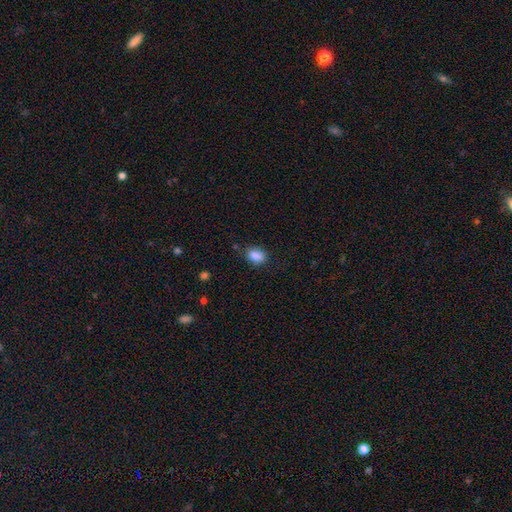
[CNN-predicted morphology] Overall: smooth (88%). How rounded: in between (80%). Merging: none (77%).